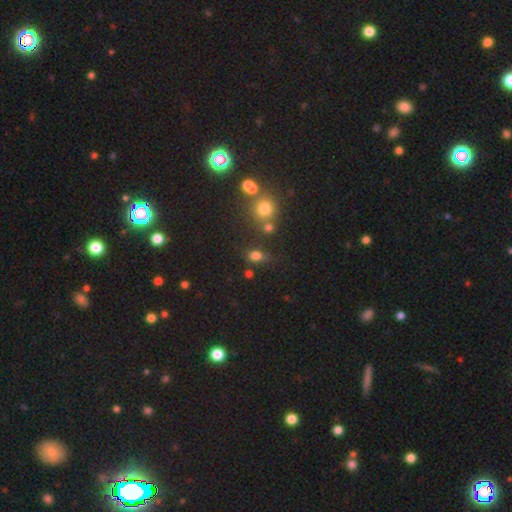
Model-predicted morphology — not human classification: This appears to be a smooth galaxy with no disk features (74%) that is in between round and cigar-shaped (59%). Merging: none (64%).